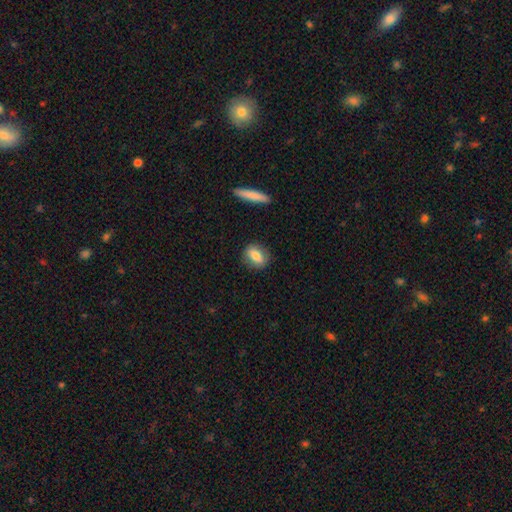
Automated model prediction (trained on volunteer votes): A smooth galaxy with no disk features (78%) that is in between round and cigar-shaped (63%).

Vote fractions:
- Smooth or featured? smooth: 78% / featured or disk: 15% / star or artifact: 7%
- How rounded? in between: 63% / round: 32% / cigar-shaped: 5%
- Merging? none: 85% / minor disturbance: 11% / major disturbance: 3% / merger: 2%